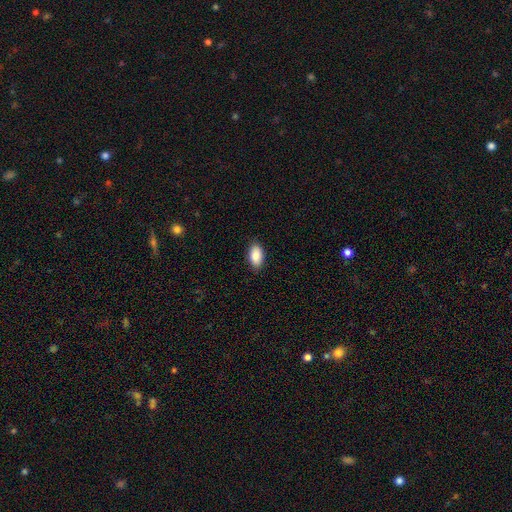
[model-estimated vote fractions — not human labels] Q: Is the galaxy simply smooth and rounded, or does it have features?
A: smooth — 88%.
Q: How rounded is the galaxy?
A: in between — 94%.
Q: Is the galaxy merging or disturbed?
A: none — 87%.